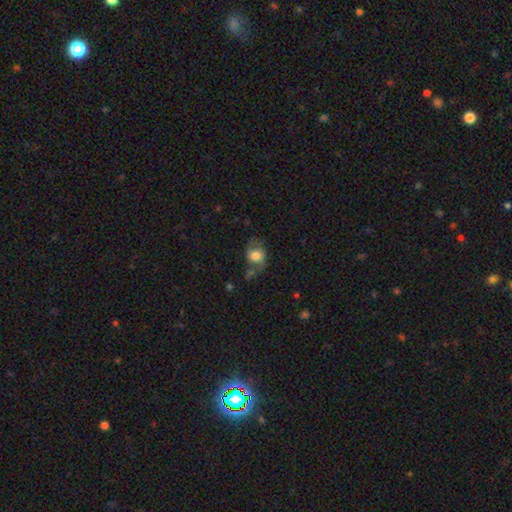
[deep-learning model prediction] smooth-or-featured: smooth: 58% | featured or disk: 34% | star or artifact: 9%
  how-rounded: in between: 56% | round: 42% | cigar-shaped: 2%
  merging: none: 49% | minor disturbance: 26% | major disturbance: 19% | merger: 6%